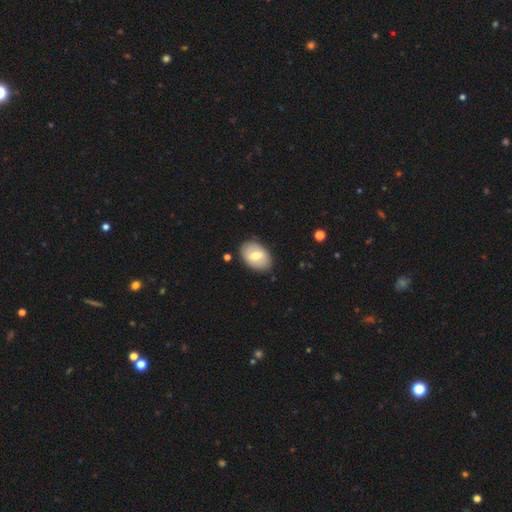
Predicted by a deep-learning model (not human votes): Smooth or featured?
  - smooth: 62% *
  - featured or disk: 32%
  - star or artifact: 6%
How rounded?
  - in between: 84% *
  - round: 15%
  - cigar-shaped: 1%
Merging?
  - none: 85% *
  - minor disturbance: 11%
  - major disturbance: 2%
  - merger: 2%